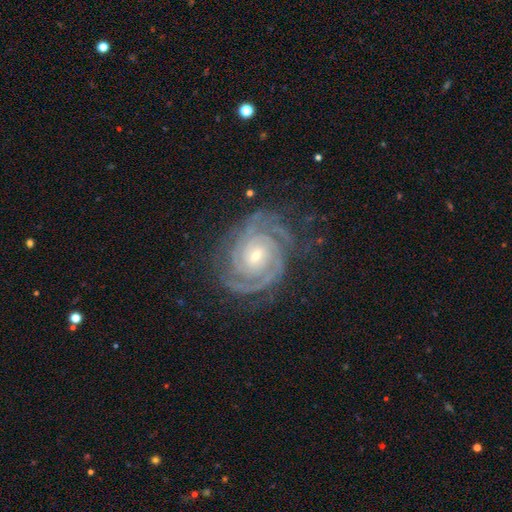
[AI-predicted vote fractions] featured or disk 92%, star or artifact 5%, smooth 3%. Down the decision tree: edge-on disk — no (97%); bar — no (63%); spiral arms — yes (98%); spiral arm count — 2 (36%); spiral winding — tight (80%); bulge size — small (65%); merging — none (74%).